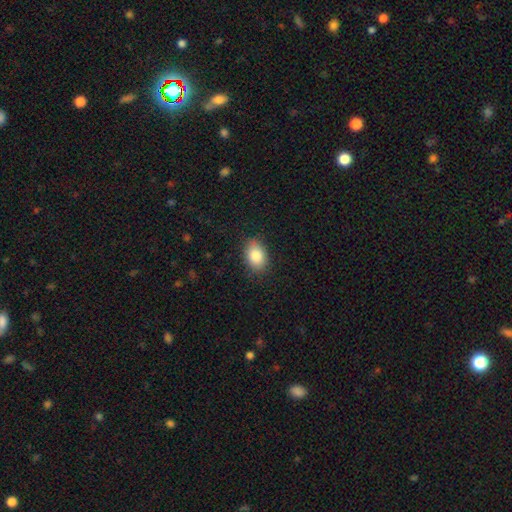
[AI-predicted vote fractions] Smooth or featured? Predicted: smooth (p=0.85). How rounded? Predicted: in between (p=0.81). Merging? Predicted: none (p=0.83).